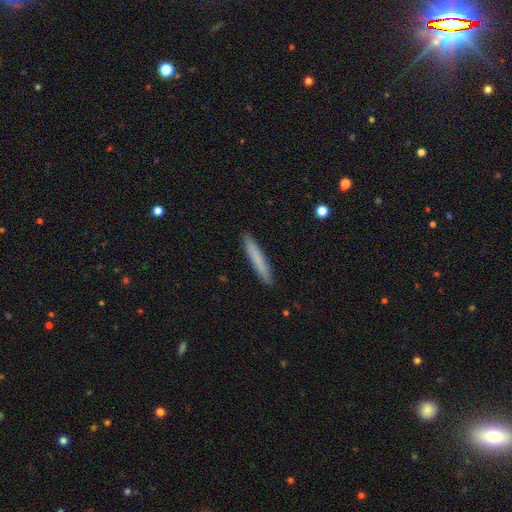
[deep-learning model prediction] This is likely a smooth galaxy (77%). How rounded: clearly cigar-shaped (96%). Merging: clearly none (92%).